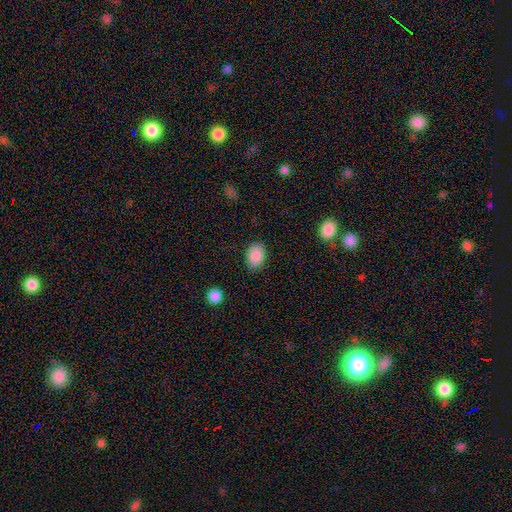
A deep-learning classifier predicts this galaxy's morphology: This is clearly a smooth galaxy (88%). How rounded: clearly in between (81%). Merging: clearly none (86%).